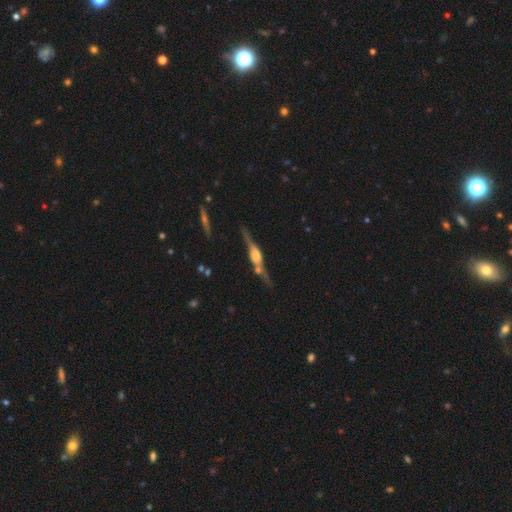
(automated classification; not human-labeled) This is clearly a featured or disk galaxy (82%). It is clearly viewed edge-on (96%). Edge-on bulge: likely rounded (75%). Merging: likely none (71%).